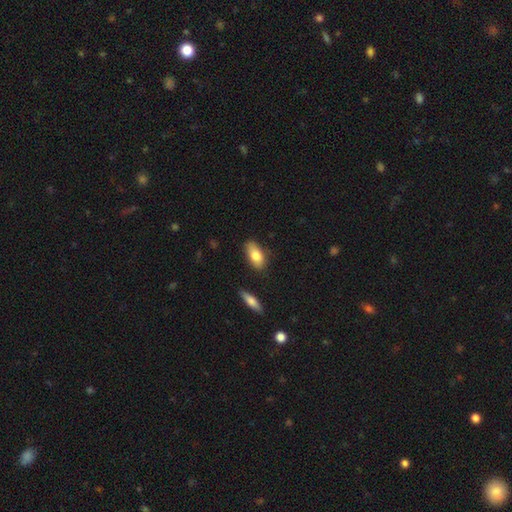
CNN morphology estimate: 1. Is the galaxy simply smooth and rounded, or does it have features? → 80% smooth, 14% featured or disk, 6% star or artifact.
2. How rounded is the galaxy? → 88% in between, 9% cigar-shaped, 3% round.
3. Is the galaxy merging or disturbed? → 80% none, 15% minor disturbance, 3% merger, 3% major disturbance.